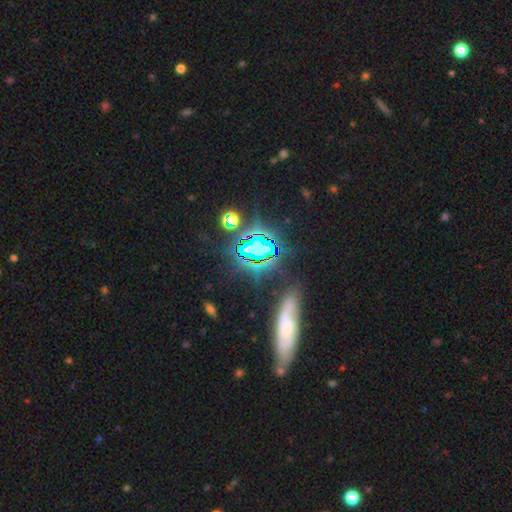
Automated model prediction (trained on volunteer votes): Morphology: type=star or artifact (64%).